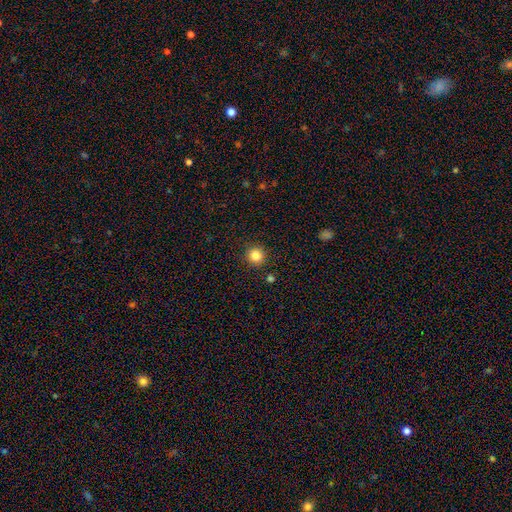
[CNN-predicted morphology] This appears to be a smooth galaxy with no disk features (84%) that is round (94%). Merging: none (91%).